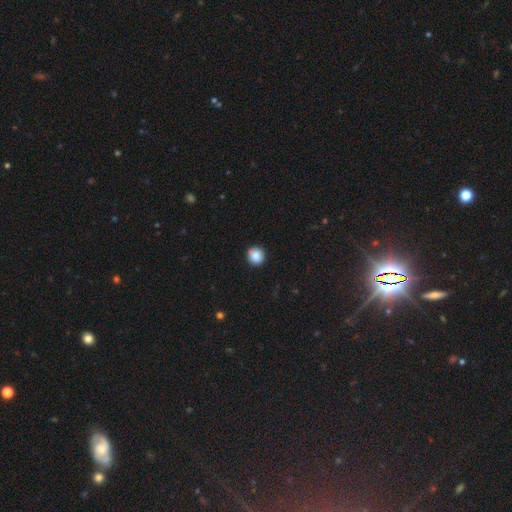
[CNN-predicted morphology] Q: Smooth or featured?
A: smooth (87%); runner-up: star or artifact (9%)
Q: How rounded?
A: round (92%); runner-up: in between (7%)
Q: Merging?
A: none (91%); runner-up: minor disturbance (7%)